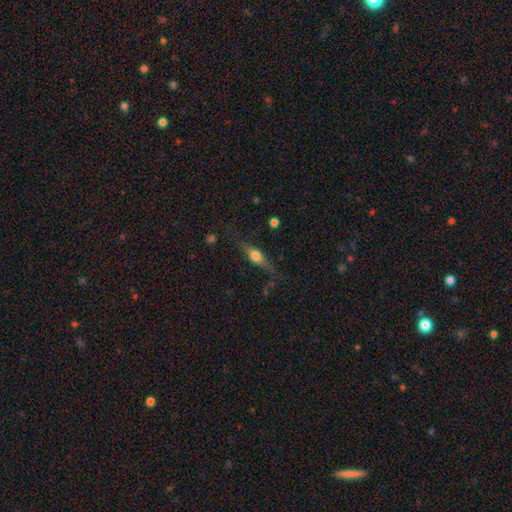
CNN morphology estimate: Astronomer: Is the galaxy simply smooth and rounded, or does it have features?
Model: featured or disk — 52% (runner-up: smooth, 40%).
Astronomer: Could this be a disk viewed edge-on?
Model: yes — 92%.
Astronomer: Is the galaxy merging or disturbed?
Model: none — 75%.